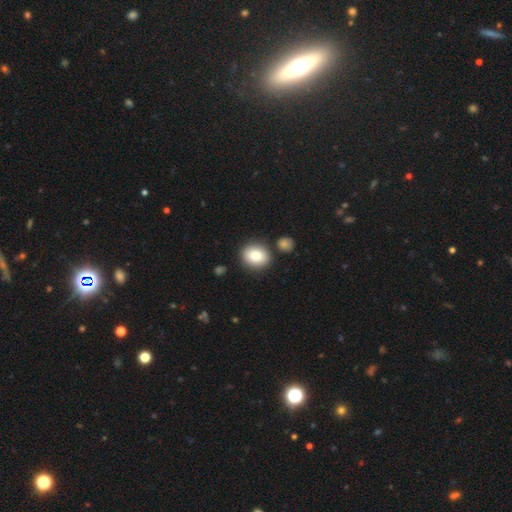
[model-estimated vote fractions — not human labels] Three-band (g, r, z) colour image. It shows a smooth galaxy with no disk features (85%) that is round (61%). Merging: none (81%).